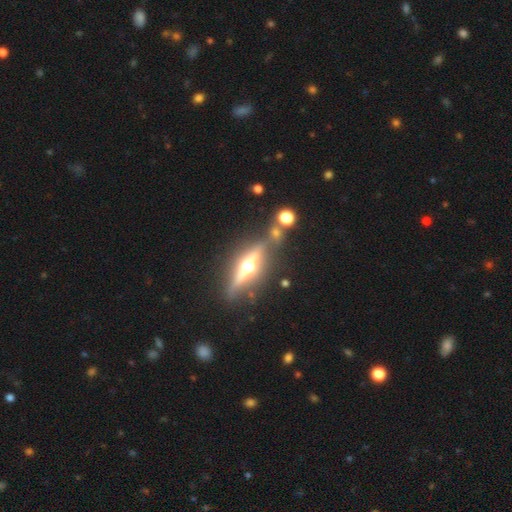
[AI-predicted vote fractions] This appears to be a featured or disk galaxy (79%) viewed edge-on (95%) with a rounded central bulge (95%). Merging: none (79%).